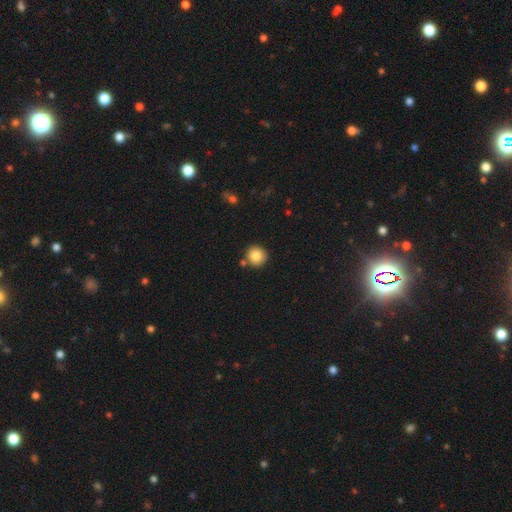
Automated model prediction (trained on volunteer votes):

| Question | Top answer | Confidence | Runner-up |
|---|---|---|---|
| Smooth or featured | smooth | 84% | star or artifact (9%) |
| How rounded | round | 94% | in between (5%) |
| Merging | none | 80% | merger (9%) |